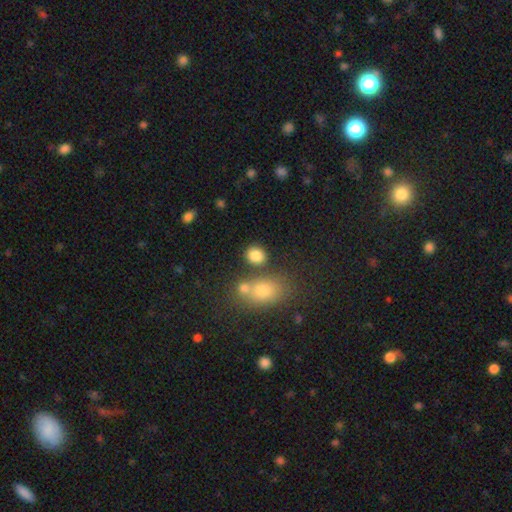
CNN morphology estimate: Smooth or featured? smooth (84%)
How rounded? round (65%)
Merging? none (73%)